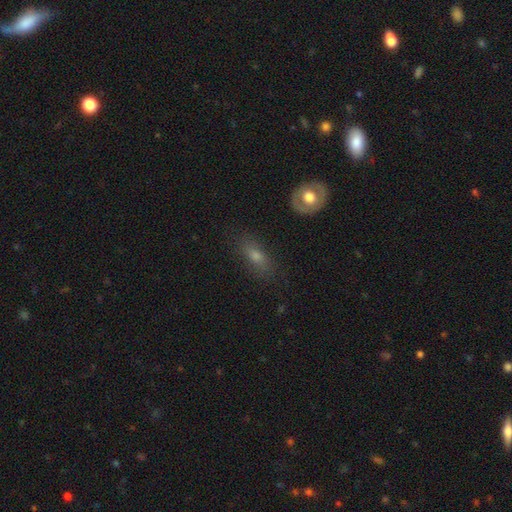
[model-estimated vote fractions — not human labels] Smooth or featured?
  - smooth: 61% *
  - featured or disk: 25%
  - star or artifact: 14%
How rounded?
  - in between: 74% *
  - cigar-shaped: 17%
  - round: 10%
Merging?
  - none: 78% *
  - minor disturbance: 14%
  - major disturbance: 5%
  - merger: 2%